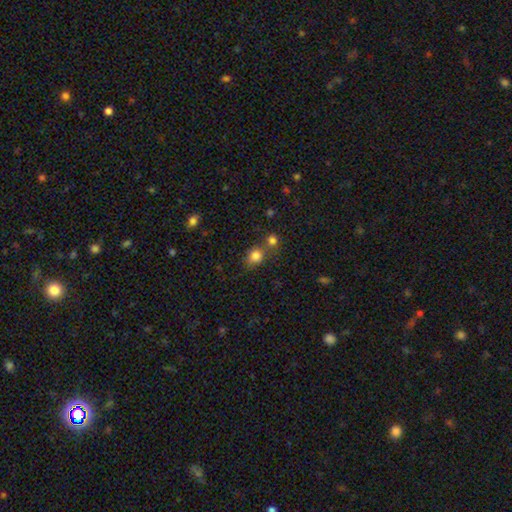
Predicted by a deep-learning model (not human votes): smooth-or-featured: smooth: 82% | star or artifact: 11% | featured or disk: 6%
  how-rounded: round: 75% | in between: 24% | cigar-shaped: 1%
  merging: none: 54% | merger: 30% | minor disturbance: 11% | major disturbance: 4%